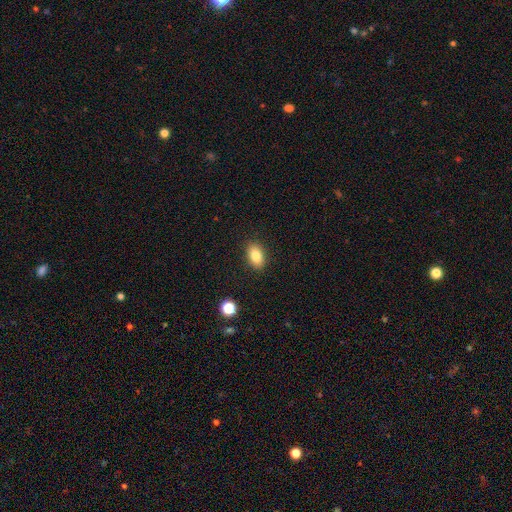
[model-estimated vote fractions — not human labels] smooth-or-featured: smooth: 83% | featured or disk: 9% | star or artifact: 9%
  how-rounded: in between: 88% | round: 9% | cigar-shaped: 3%
  merging: none: 89% | minor disturbance: 8% | major disturbance: 2% | merger: 1%